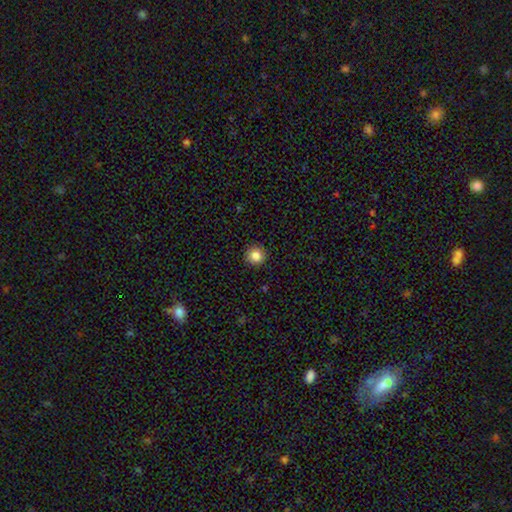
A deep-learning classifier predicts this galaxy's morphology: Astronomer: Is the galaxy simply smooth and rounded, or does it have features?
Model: smooth — 85%.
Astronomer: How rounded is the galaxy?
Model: round — 94%.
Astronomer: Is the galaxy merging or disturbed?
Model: none — 91%.